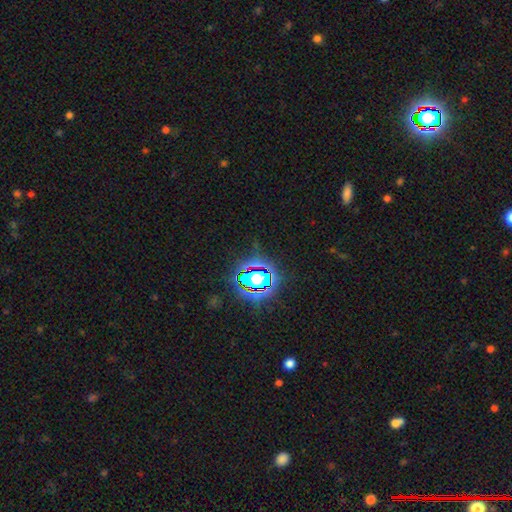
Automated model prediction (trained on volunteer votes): Overall: star or artifact (78%).